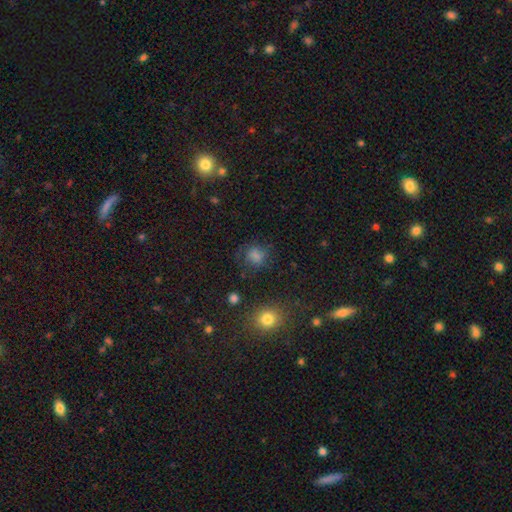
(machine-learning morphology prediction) smooth 69%, star or artifact 18%, featured or disk 13%. Down the decision tree: how rounded — round (68%); merging — none (58%).